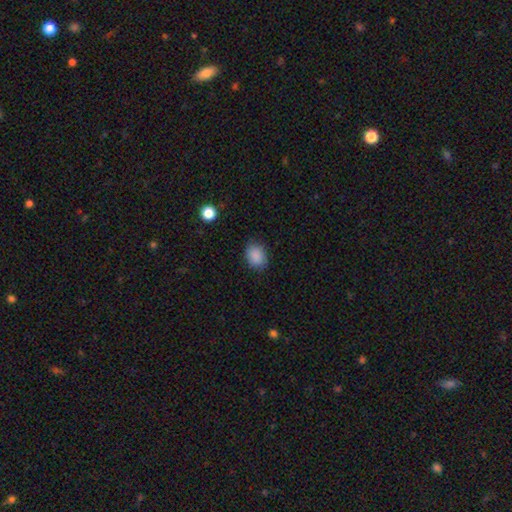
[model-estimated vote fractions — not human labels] smooth 88%, star or artifact 9%, featured or disk 3%. Down the decision tree: how rounded — in between (56%); merging — none (82%).